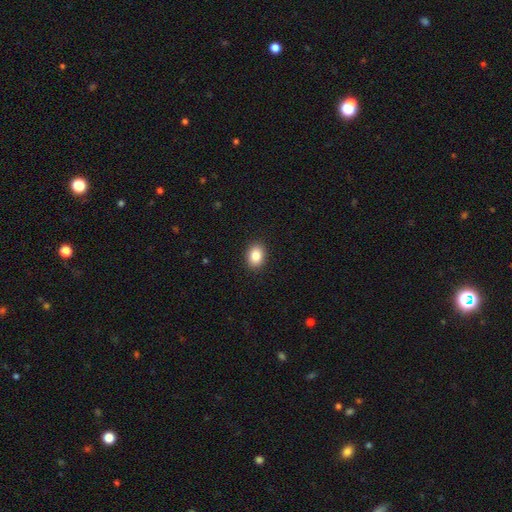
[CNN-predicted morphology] type=smooth (86%); roundness=in between (65%); merging=none (91%).